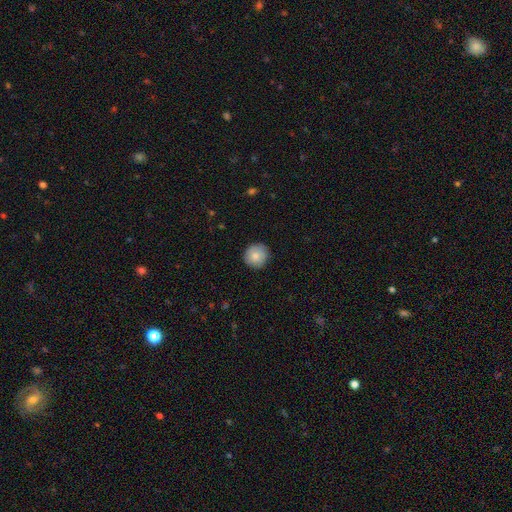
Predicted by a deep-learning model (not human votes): A smooth galaxy with no disk features (83%) that is round (92%). Merging: none (87%).